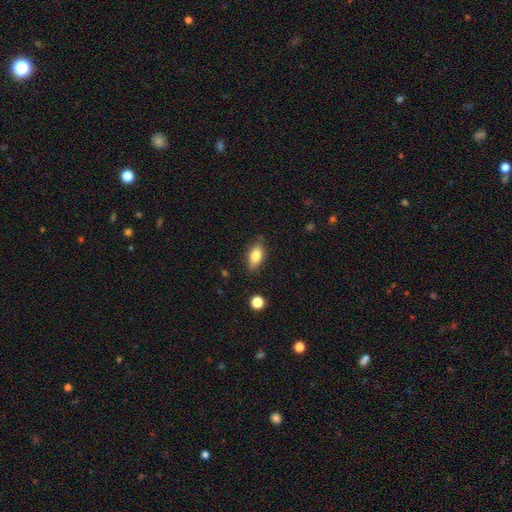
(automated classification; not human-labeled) Smooth or featured? smooth (82%)
How rounded? in between (88%)
Merging? none (82%)